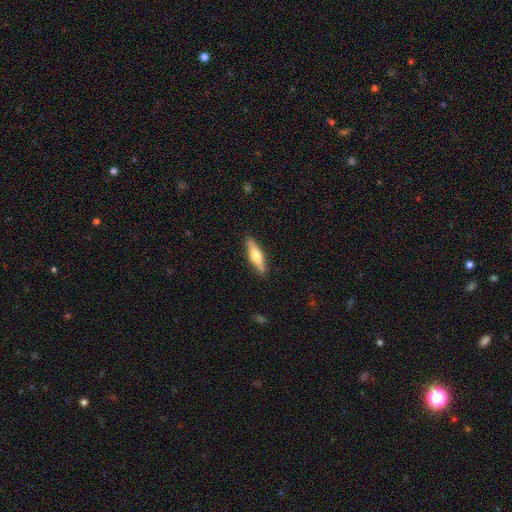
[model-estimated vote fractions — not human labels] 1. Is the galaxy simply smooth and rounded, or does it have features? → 51% featured or disk, 44% smooth, 6% star or artifact.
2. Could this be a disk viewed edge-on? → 93% yes, 7% no.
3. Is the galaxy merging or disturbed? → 90% none, 7% minor disturbance, 2% major disturbance, 1% merger.